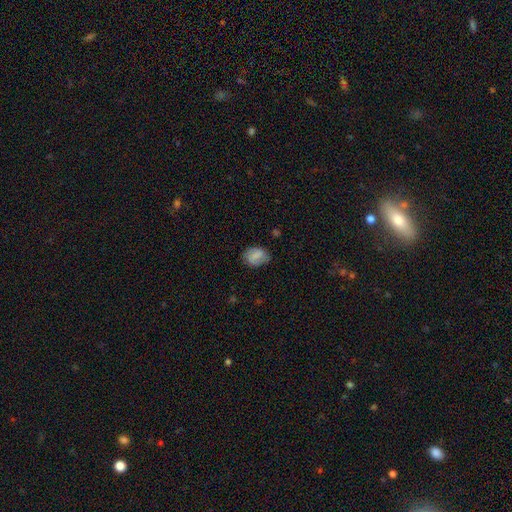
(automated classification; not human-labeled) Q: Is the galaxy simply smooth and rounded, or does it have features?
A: smooth — 70%.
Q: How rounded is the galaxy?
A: in between — 72%.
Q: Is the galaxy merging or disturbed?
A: none — 75%.